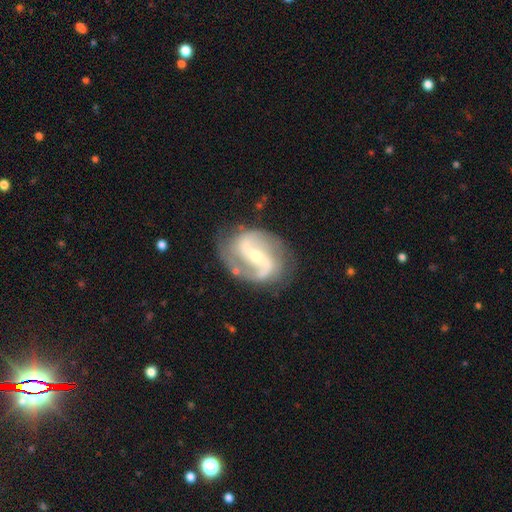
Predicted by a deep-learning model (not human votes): Smooth or featured?
  - featured or disk: 90% *
  - smooth: 5%
  - star or artifact: 5%
Edge-on disk?
  - no: 97% *
  - yes: 3%
Bar?
  - strong: 50% *
  - weak: 34%
  - no: 16%
Spiral arms?
  - yes: 97% *
  - no: 3%
Spiral winding?
  - medium: 46% *
  - loose: 38%
  - tight: 16%
Spiral arm count?
  - 2: 92% *
  - can't tell: 3%
  - 1: 2%
  - 3: 2%
  - 4: 1%
  - more than 4: 1%
Bulge size?
  - small: 64% *
  - moderate: 31%
  - none: 2%
  - large: 2%
  - dominant: 1%
Merging?
  - none: 77% *
  - minor disturbance: 15%
  - major disturbance: 6%
  - merger: 2%